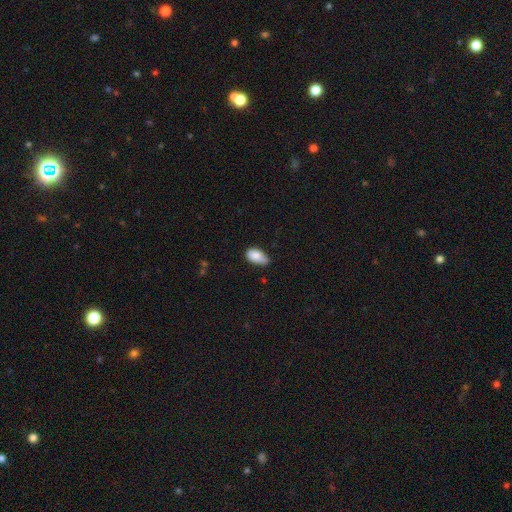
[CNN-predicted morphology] smooth 83%, featured or disk 9%, star or artifact 7%. Down the decision tree: how rounded — in between (92%); merging — none (44%, tied with minor disturbance).